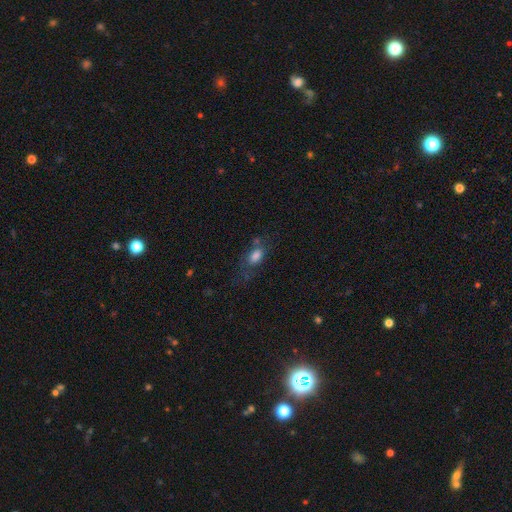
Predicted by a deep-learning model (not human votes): This is likely a smooth galaxy (75%). How rounded: clearly in between (83%). Merging: possibly none (52%).